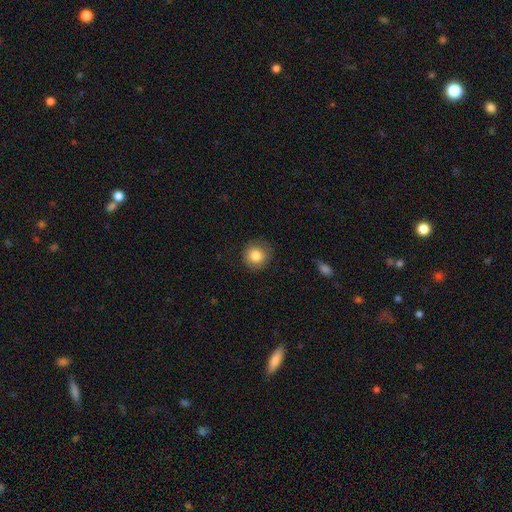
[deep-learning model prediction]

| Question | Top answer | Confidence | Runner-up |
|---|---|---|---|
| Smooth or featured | smooth | 83% | star or artifact (9%) |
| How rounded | round | 92% | in between (8%) |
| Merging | none | 83% | minor disturbance (12%) |